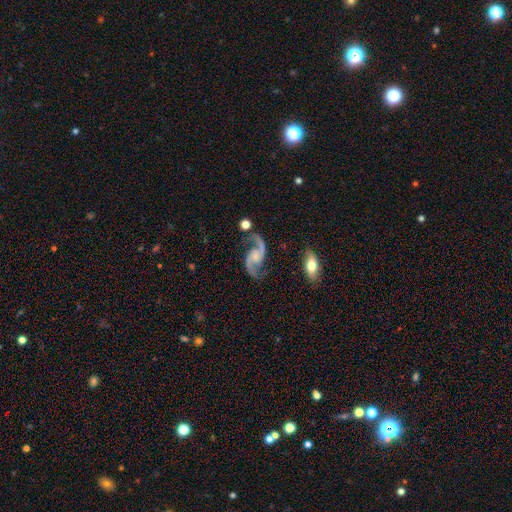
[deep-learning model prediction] Smooth or featured?
  - featured or disk: 92% *
  - star or artifact: 4%
  - smooth: 4%
Edge-on disk?
  - no: 98% *
  - yes: 2%
Bar?
  - no: 58% *
  - weak: 33%
  - strong: 8%
Spiral arms?
  - yes: 98% *
  - no: 2%
Spiral winding?
  - loose: 63% *
  - medium: 32%
  - tight: 5%
Spiral arm count?
  - 2: 94% *
  - 1: 2%
  - can't tell: 1%
  - 3: 1%
  - 4: 1%
  - more than 4: 1%
Bulge size?
  - small: 37% *
  - none: 31%
  - moderate: 24%
  - large: 6%
  - dominant: 2%
Merging?
  - none: 73% *
  - minor disturbance: 15%
  - major disturbance: 8%
  - merger: 4%